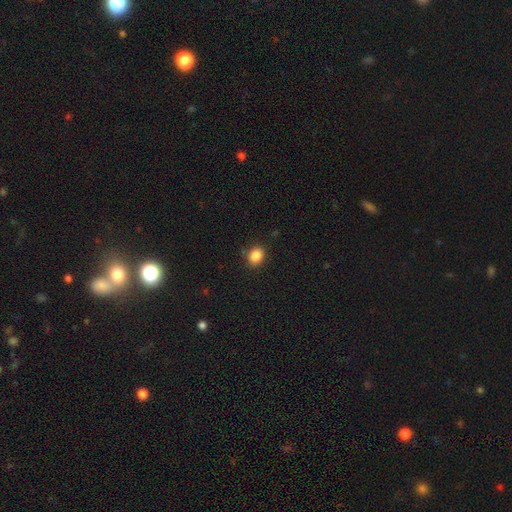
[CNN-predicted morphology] The model was most divided on "how rounded": round: 56%, in between: 44%, cigar-shaped: 1%. More confident: smooth or featured — smooth (87%); merging — none (85%).